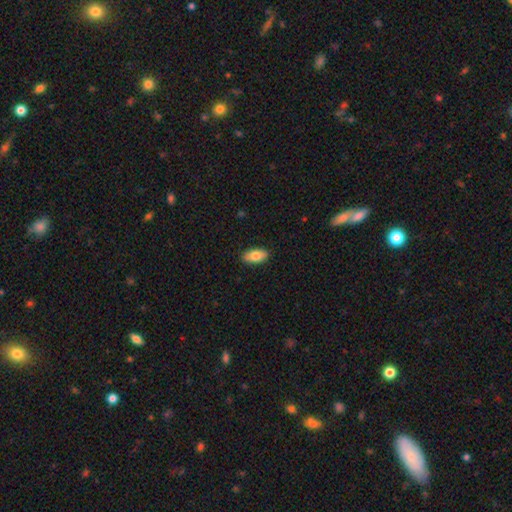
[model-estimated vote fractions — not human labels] The model was most divided on "smooth or featured": smooth: 81%, featured or disk: 13%, star or artifact: 6%. More confident: how rounded — in between (91%); merging — none (89%).